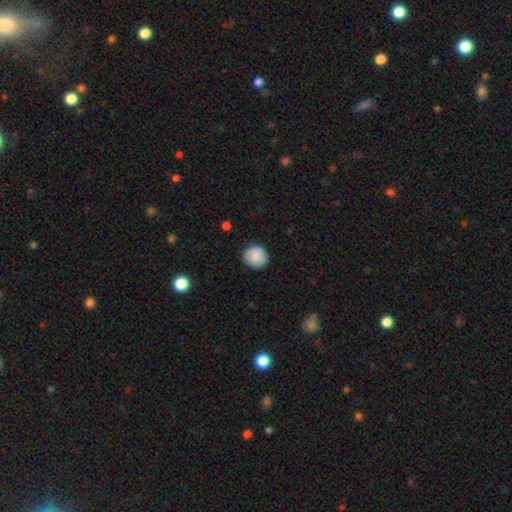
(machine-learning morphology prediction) Smooth or featured? Predicted: smooth (p=0.87). How rounded? Predicted: round (p=0.88). Merging? Predicted: none (p=0.85).